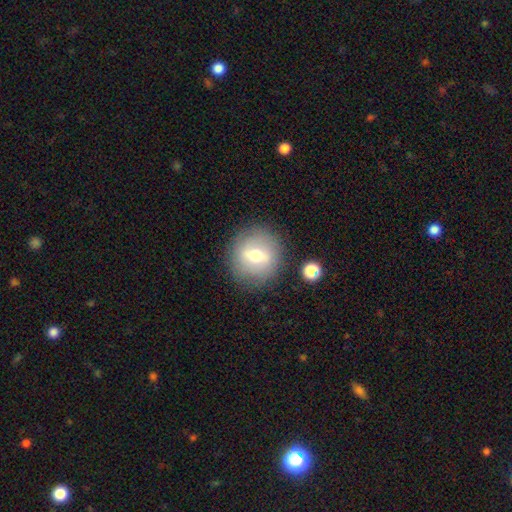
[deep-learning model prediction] Smooth or featured? Predicted: smooth (p=0.54). How rounded? Predicted: round (p=0.89). Merging? Predicted: none (p=0.83).